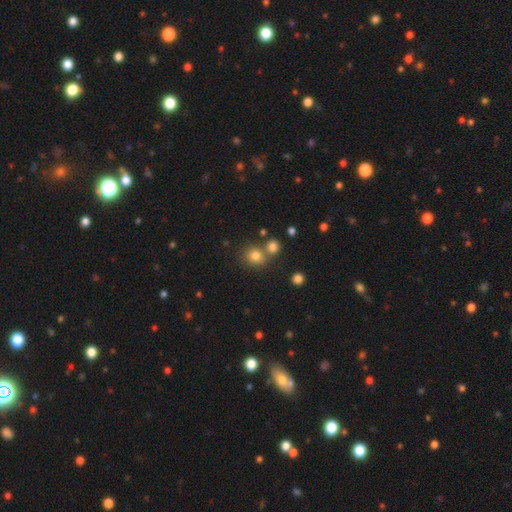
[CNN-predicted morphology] Smooth or featured?
  - smooth: 78% *
  - star or artifact: 14%
  - featured or disk: 7%
How rounded?
  - round: 83% *
  - in between: 16%
  - cigar-shaped: 1%
Merging?
  - none: 61% *
  - merger: 27%
  - minor disturbance: 8%
  - major disturbance: 3%